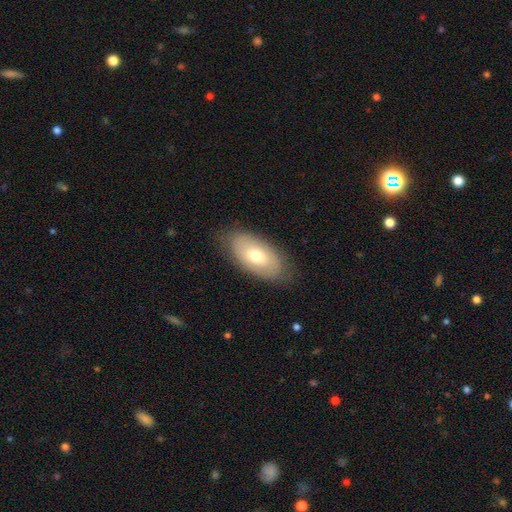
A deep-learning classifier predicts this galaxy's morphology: The model was most divided on "smooth or featured": smooth: 62%, featured or disk: 31%, star or artifact: 7%. More confident: how rounded — in between (93%); merging — none (81%).